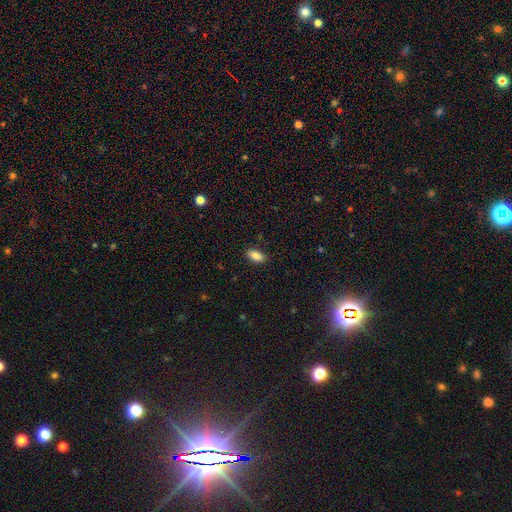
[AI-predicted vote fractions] smooth_or_featured: smooth (p=0.86) [alt: star or artifact p=0.08]
how_rounded: in between (p=0.89) [alt: cigar-shaped p=0.08]
merging: none (p=0.88) [alt: minor disturbance p=0.09]